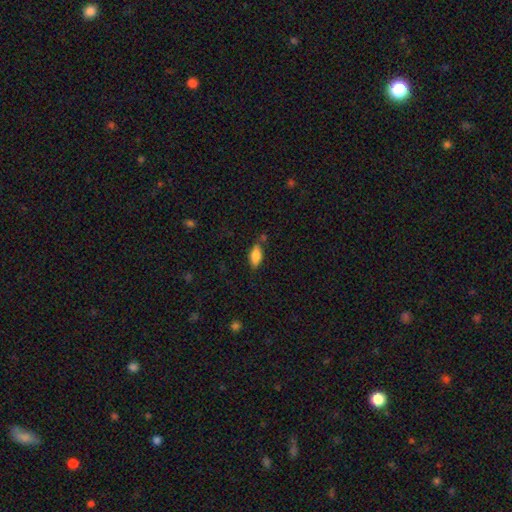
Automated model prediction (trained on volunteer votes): smooth_or_featured: smooth (p=0.79) [alt: featured or disk p=0.13]
how_rounded: in between (p=0.83) [alt: cigar-shaped p=0.15]
merging: none (p=0.72) [alt: minor disturbance p=0.18]